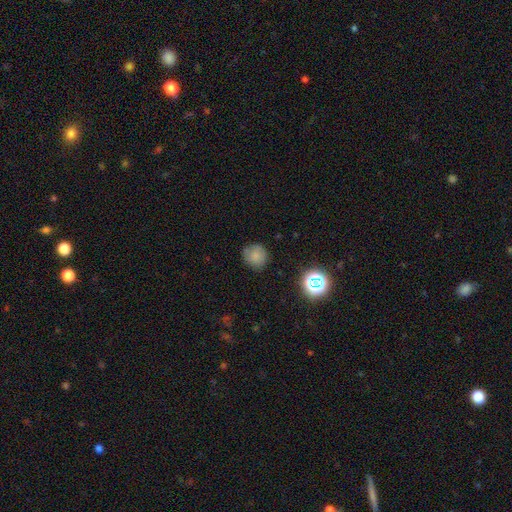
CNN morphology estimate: This is likely a smooth galaxy (78%). How rounded: clearly round (89%). Merging: likely none (79%).